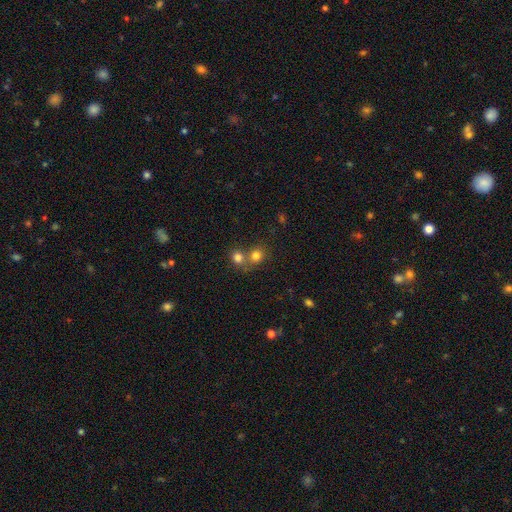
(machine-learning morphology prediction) Q: Smooth or featured?
A: smooth (78%); runner-up: star or artifact (13%)
Q: How rounded?
A: round (79%); runner-up: in between (20%)
Q: Merging?
A: merger (47%); runner-up: none (43%)